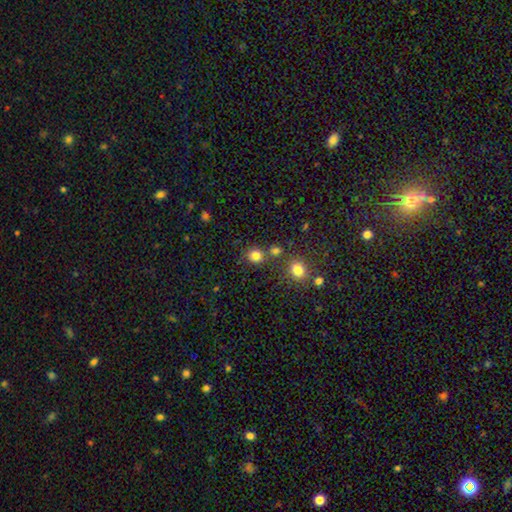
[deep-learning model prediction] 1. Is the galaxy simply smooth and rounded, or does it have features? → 81% smooth, 14% star or artifact, 5% featured or disk.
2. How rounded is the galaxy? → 86% round, 13% in between, 1% cigar-shaped.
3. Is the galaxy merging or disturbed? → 73% none, 15% merger, 9% minor disturbance, 4% major disturbance.